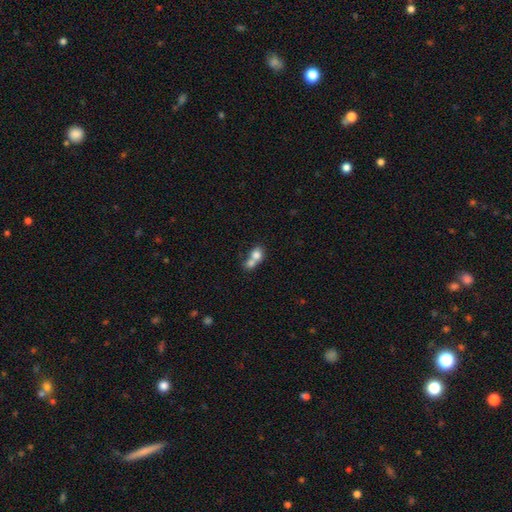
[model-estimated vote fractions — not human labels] smooth-or-featured: smooth: 76% | featured or disk: 15% | star or artifact: 9%
  how-rounded: round: 58% | in between: 40% | cigar-shaped: 2%
  merging: merger: 72% | none: 20% | minor disturbance: 5% | major disturbance: 3%